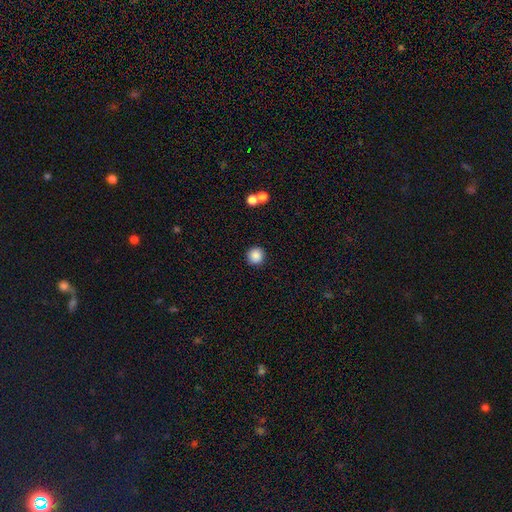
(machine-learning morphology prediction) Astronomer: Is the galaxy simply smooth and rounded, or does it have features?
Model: smooth — 87%.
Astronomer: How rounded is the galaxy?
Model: round — 94%.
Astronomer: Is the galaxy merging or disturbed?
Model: none — 89%.